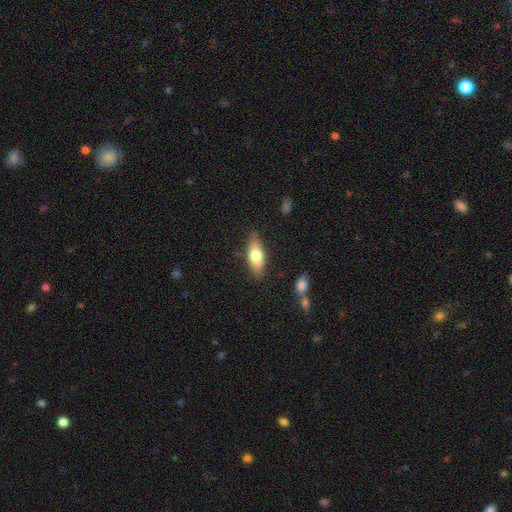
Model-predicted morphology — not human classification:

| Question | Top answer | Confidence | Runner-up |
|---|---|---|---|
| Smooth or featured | smooth | 67% | featured or disk (26%) |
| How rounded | in between | 74% | cigar-shaped (23%) |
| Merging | none | 83% | minor disturbance (13%) |